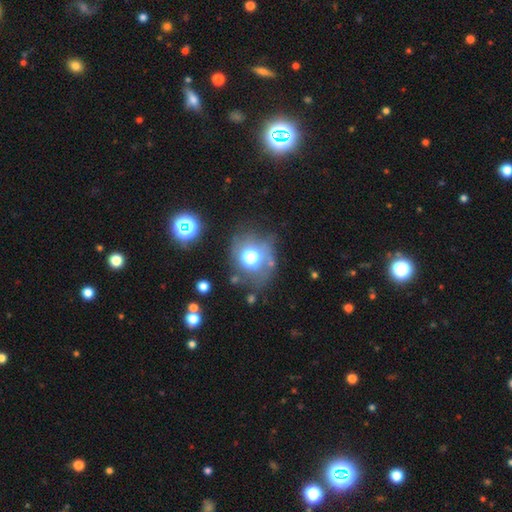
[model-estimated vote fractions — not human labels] smooth-or-featured: smooth: 40% | star or artifact: 32% | featured or disk: 28%
  merging: none: 68% | minor disturbance: 16% | major disturbance: 11% | merger: 5%